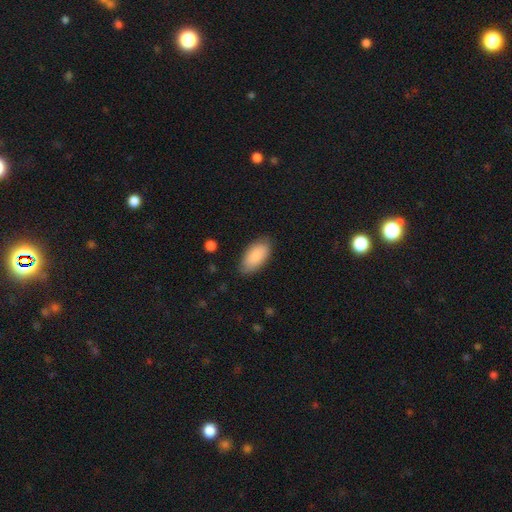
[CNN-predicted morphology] Q: Smooth or featured?
A: smooth (85%); runner-up: featured or disk (9%)
Q: How rounded?
A: in between (94%); runner-up: cigar-shaped (4%)
Q: Merging?
A: none (81%); runner-up: minor disturbance (15%)